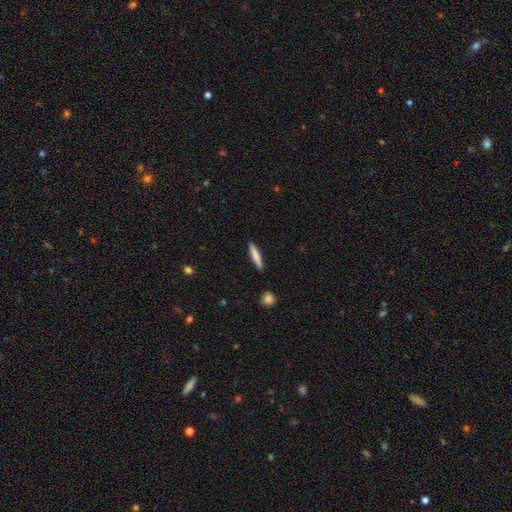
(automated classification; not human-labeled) smooth_or_featured: smooth (p=0.79) [alt: featured or disk p=0.16]
how_rounded: cigar-shaped (p=0.92) [alt: in between p=0.07]
merging: none (p=0.91) [alt: minor disturbance p=0.06]